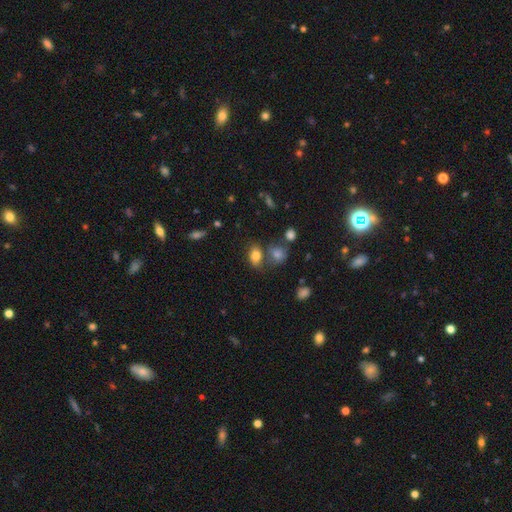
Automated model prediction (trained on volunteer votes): This is clearly a smooth galaxy (80%). How rounded: clearly in between (81%). Merging: likely none (62%).